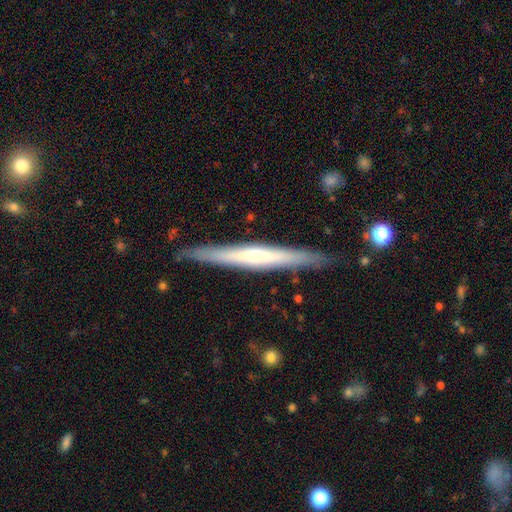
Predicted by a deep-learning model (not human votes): Smooth or featured? Predicted: featured or disk (p=0.63). Edge-on disk? Predicted: yes (p=0.96). Edge-on bulge? Predicted: rounded (p=0.53). Merging? Predicted: none (p=0.88).